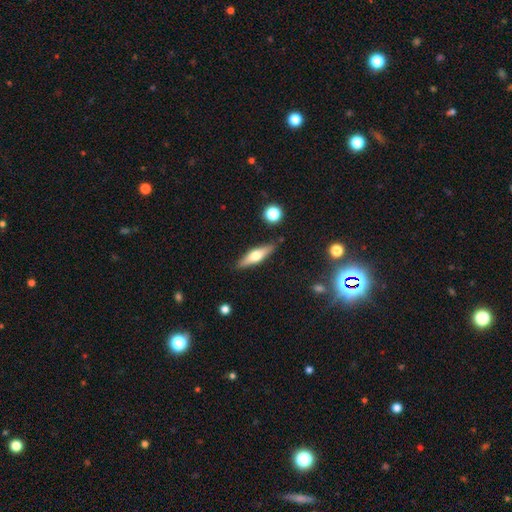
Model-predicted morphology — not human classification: type=featured or disk (50%); edge-on=yes (91%); merging=none (86%).